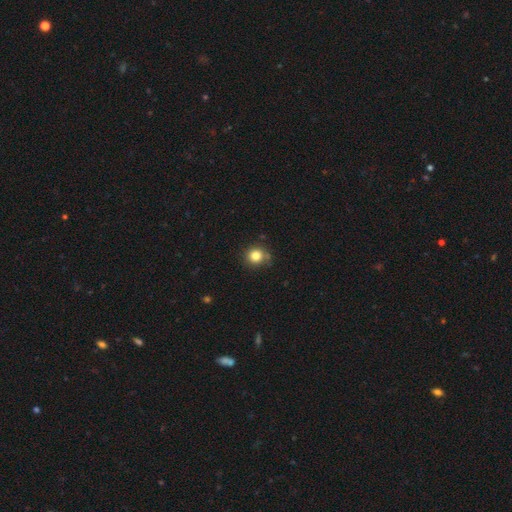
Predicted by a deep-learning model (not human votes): Morphology: type=smooth (82%); roundness=round (90%); merging=none (76%).